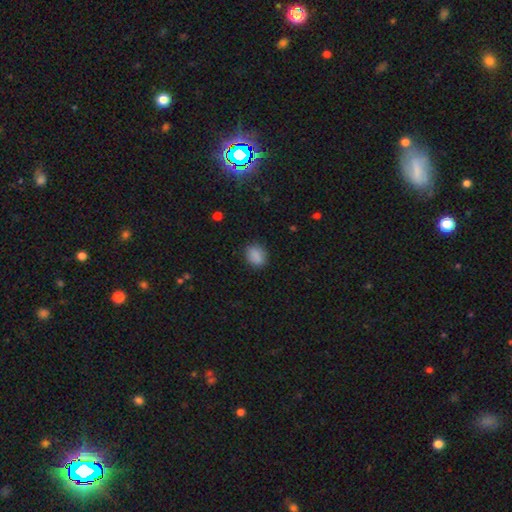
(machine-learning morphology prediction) Smooth or featured? Predicted: smooth (p=0.87). How rounded? Predicted: in between (p=0.57). Merging? Predicted: none (p=0.84).